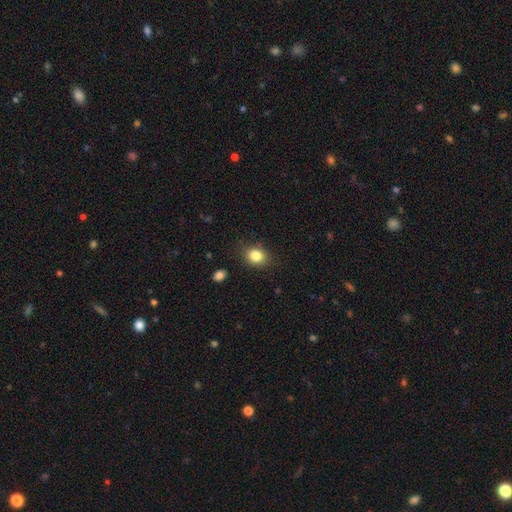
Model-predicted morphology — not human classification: A smooth galaxy with no disk features (84%) that is round (52%).

Vote fractions:
- Smooth or featured? smooth: 84% / star or artifact: 10% / featured or disk: 6%
- How rounded? round: 52% / in between: 47% / cigar-shaped: 1%
- Merging? none: 83% / minor disturbance: 12% / major disturbance: 3% / merger: 2%